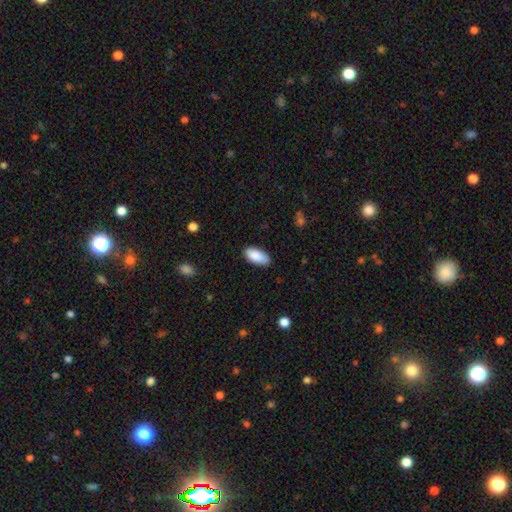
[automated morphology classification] A smooth galaxy with no disk features (89%) that is in between round and cigar-shaped (92%). Merging: none (86%).